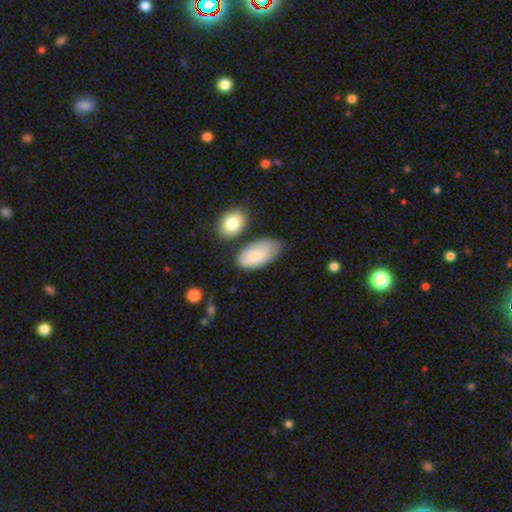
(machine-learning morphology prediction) smooth 80%, featured or disk 14%, star or artifact 6%. Down the decision tree: how rounded — in between (95%); merging — none (61%).